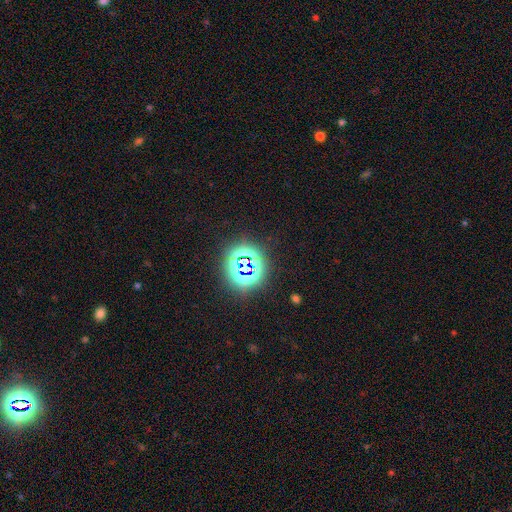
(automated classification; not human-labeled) smooth_or_featured: star or artifact (p=0.75) [alt: smooth p=0.16]